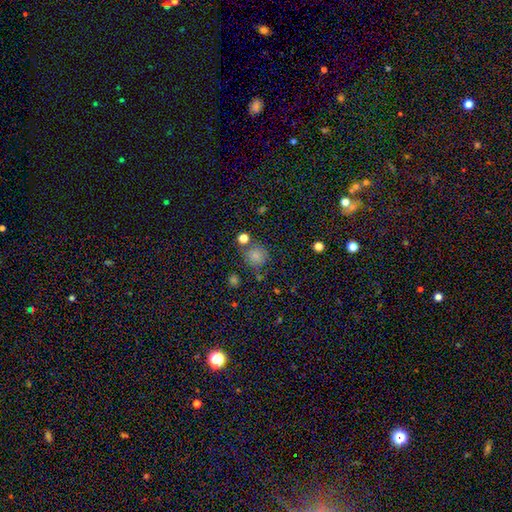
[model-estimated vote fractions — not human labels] Q: Smooth or featured?
A: smooth (77%); runner-up: star or artifact (15%)
Q: How rounded?
A: round (88%); runner-up: in between (11%)
Q: Merging?
A: none (69%); runner-up: minor disturbance (14%)